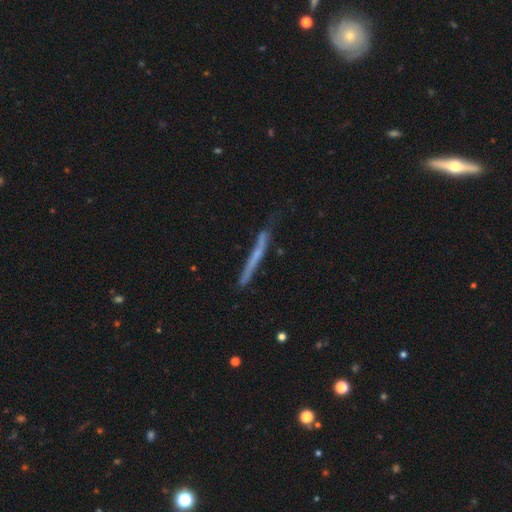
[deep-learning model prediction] This is possibly a featured or disk galaxy (52%). It is clearly viewed edge-on (93%). Merging: likely none (71%).